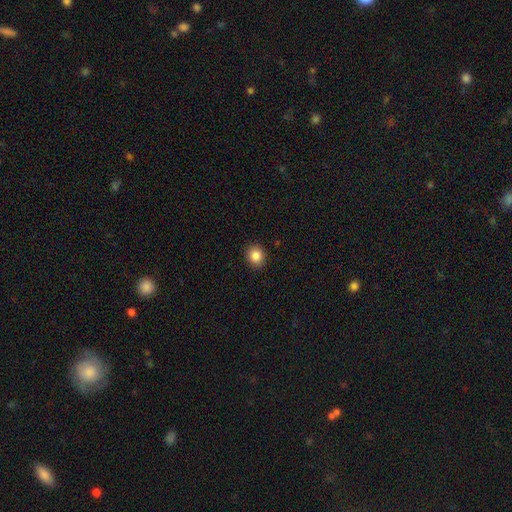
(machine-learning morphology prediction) smooth-or-featured: smooth: 86% | star or artifact: 10% | featured or disk: 4%
  how-rounded: round: 77% | in between: 22% | cigar-shaped: 1%
  merging: none: 90% | minor disturbance: 7% | major disturbance: 2% | merger: 1%